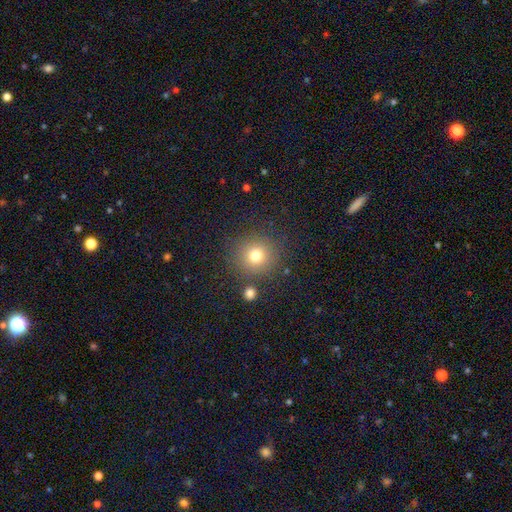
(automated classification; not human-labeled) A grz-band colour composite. It shows a smooth galaxy with no disk features (76%) that is round (92%). Merging: none (84%).